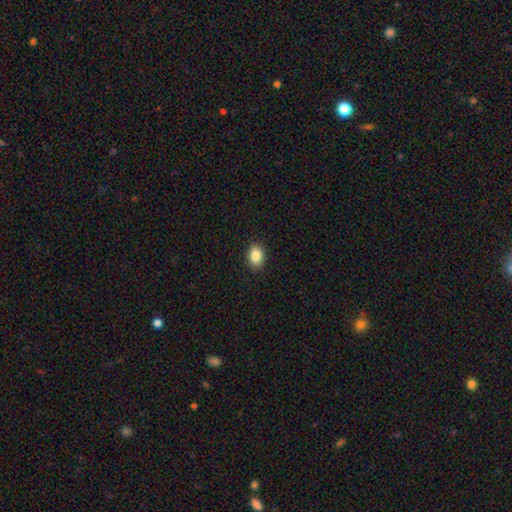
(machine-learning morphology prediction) smooth_or_featured: smooth (p=0.87) [alt: star or artifact p=0.08]
how_rounded: in between (p=0.78) [alt: round p=0.21]
merging: none (p=0.90) [alt: minor disturbance p=0.08]